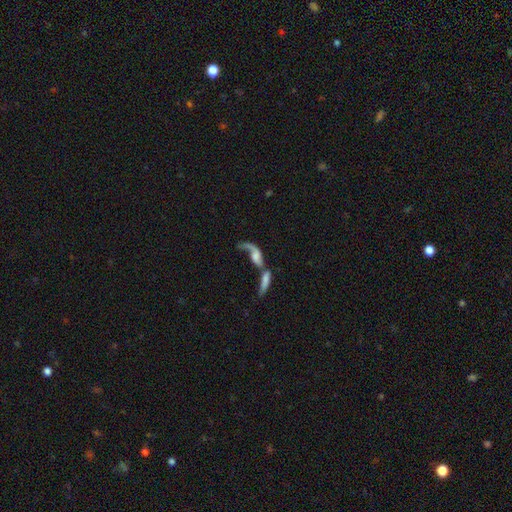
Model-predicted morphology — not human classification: A featured or disk galaxy (62%) with no bar (62%), spiral arms (77%) and a moderate central bulge (32%).

Vote fractions:
- Smooth or featured? featured or disk: 62% / smooth: 30% / star or artifact: 8%
- Edge-on disk? no: 86% / yes: 14%
- Bar? no: 62% / weak: 29% / strong: 8%
- Spiral arms? yes: 77% / no: 23%
- Bulge size? moderate: 32% / none: 27% / small: 21% / large: 17% / dominant: 3%
- Merging? merger: 59% / none: 17% / major disturbance: 16% / minor disturbance: 8%